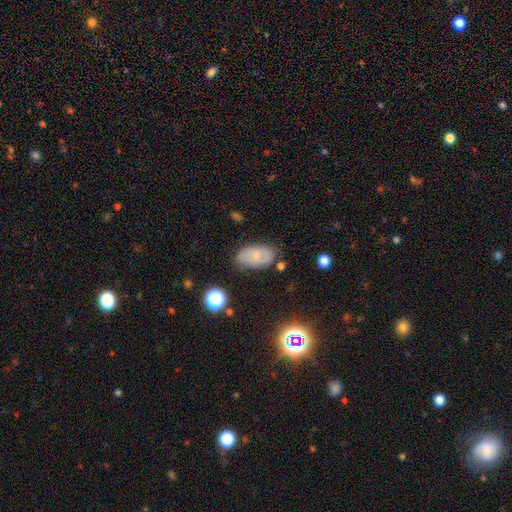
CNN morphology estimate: This appears to be a smooth galaxy with no disk features (58%) that is in between round and cigar-shaped (92%). Merging: none (75%).